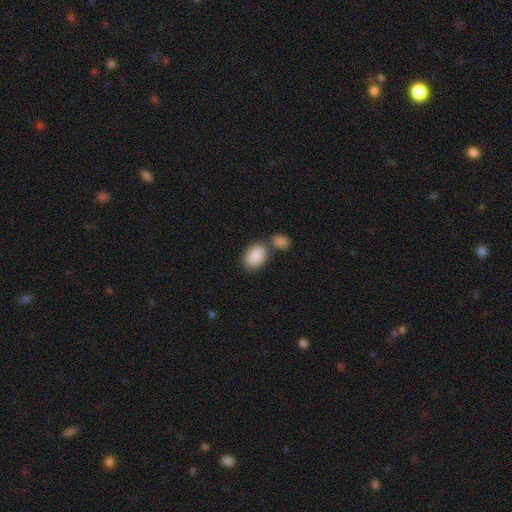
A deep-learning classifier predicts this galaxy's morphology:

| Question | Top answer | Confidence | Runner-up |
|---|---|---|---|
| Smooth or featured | smooth | 89% | star or artifact (7%) |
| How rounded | in between | 89% | round (10%) |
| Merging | none | 54% | merger (29%) |